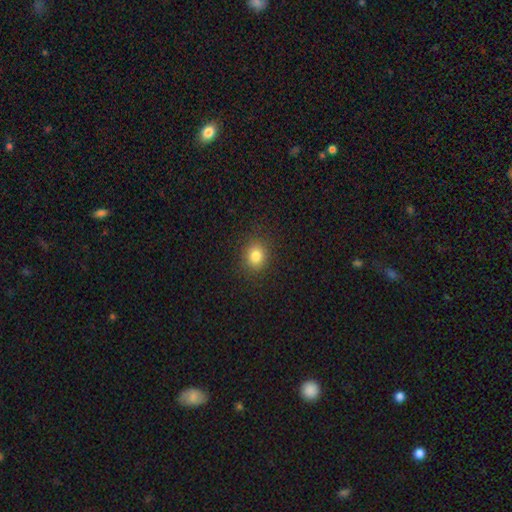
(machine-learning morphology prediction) Smooth or featured?
  - smooth: 83% *
  - star or artifact: 12%
  - featured or disk: 6%
How rounded?
  - round: 70% *
  - in between: 30%
  - cigar-shaped: 1%
Merging?
  - none: 88% *
  - minor disturbance: 8%
  - major disturbance: 3%
  - merger: 1%